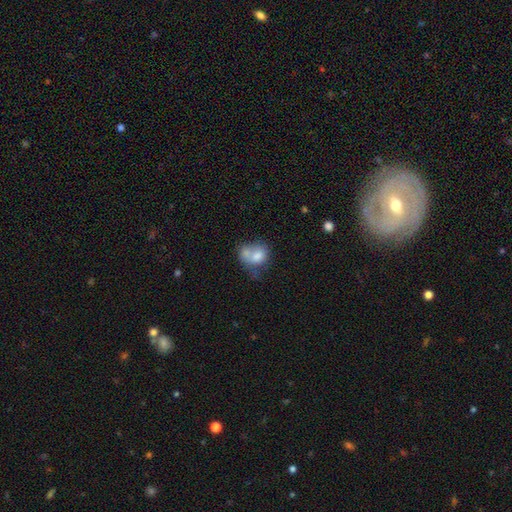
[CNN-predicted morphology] Q: Smooth or featured?
A: smooth (72%); runner-up: featured or disk (19%)
Q: How rounded?
A: in between (54%); runner-up: round (45%)
Q: Merging?
A: merger (48%); runner-up: none (22%)